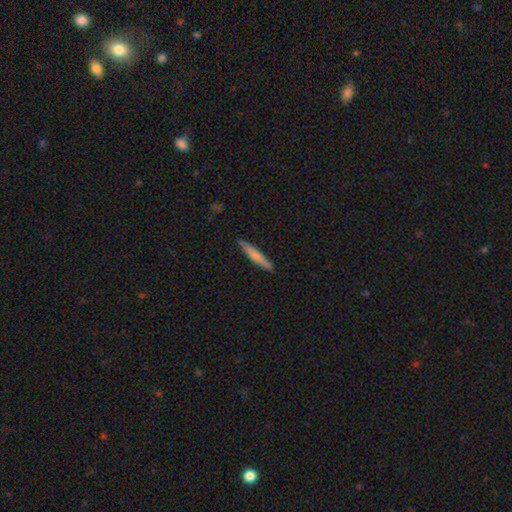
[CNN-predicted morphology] Overall: smooth (67%; featured or disk 28%). How rounded: cigar-shaped (95%). Merging: none (91%).